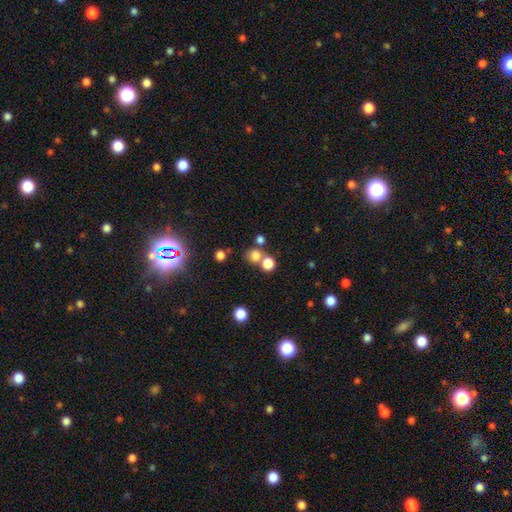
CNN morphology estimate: A smooth galaxy with no disk features (75%) that is round (84%). Merging: none (59%).